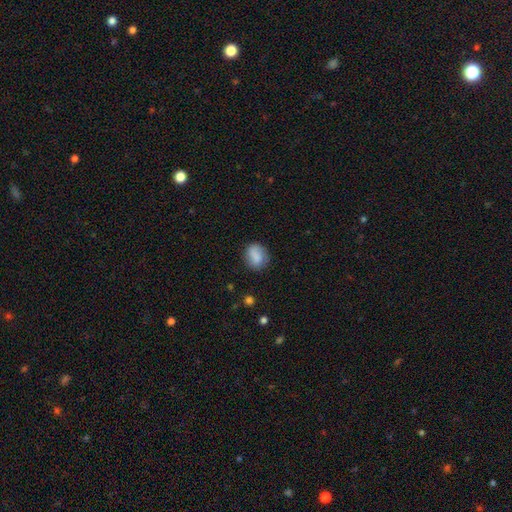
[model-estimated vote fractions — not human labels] Morphology: type=smooth (82%); roundness=round (57%); merging=none (75%).